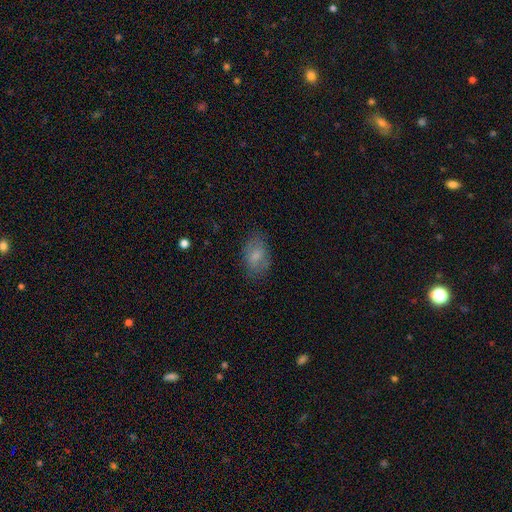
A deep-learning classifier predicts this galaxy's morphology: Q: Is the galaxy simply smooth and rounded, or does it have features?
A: smooth — 71%.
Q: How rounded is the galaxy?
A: in between — 88%.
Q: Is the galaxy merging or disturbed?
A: none — 74%.